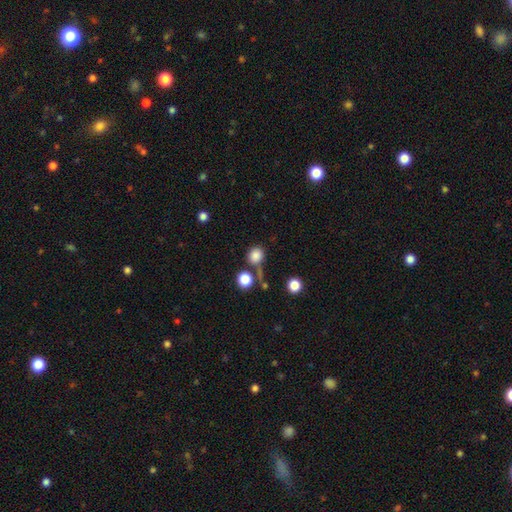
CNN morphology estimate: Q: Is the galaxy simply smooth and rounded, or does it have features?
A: smooth — 83%.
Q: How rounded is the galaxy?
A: round — 82%.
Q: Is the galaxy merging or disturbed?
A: none — 60%.